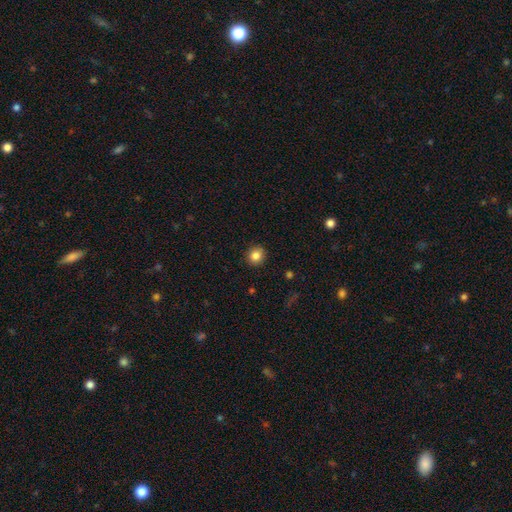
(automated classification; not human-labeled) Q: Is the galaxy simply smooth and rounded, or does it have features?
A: smooth — 84%.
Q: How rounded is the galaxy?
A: round — 88%.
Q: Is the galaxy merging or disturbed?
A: none — 91%.